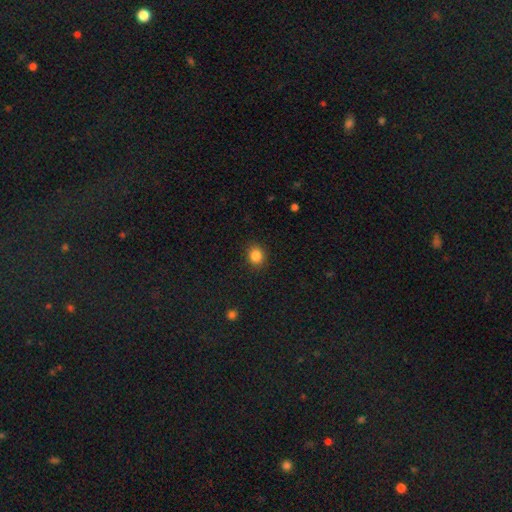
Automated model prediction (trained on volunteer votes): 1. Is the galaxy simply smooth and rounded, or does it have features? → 85% smooth, 11% star or artifact, 4% featured or disk.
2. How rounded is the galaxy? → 70% round, 29% in between, 1% cigar-shaped.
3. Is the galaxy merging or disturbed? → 89% none, 8% minor disturbance, 2% major disturbance, 1% merger.